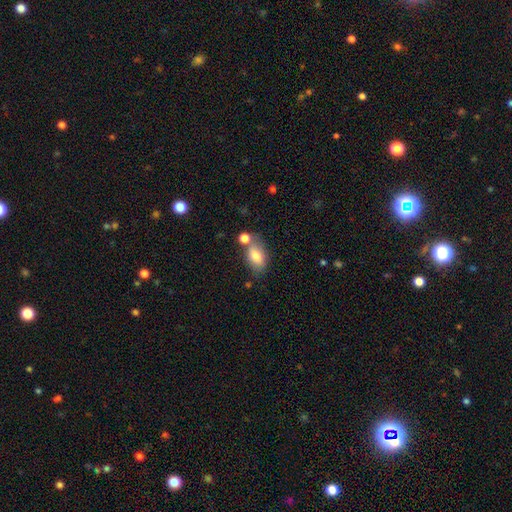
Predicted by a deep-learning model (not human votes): Overall: smooth (79%). How rounded: in between (87%). Merging: none (55%; merger 24%).